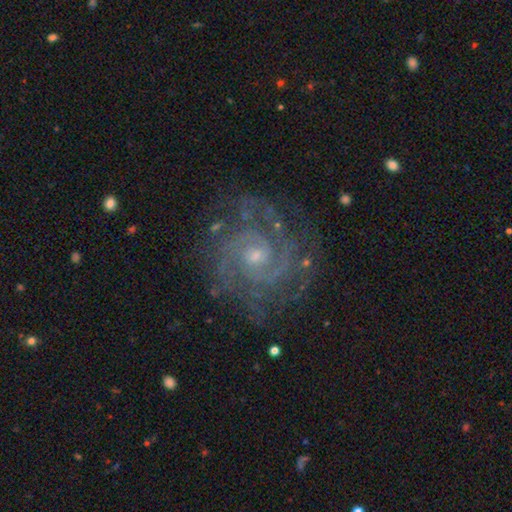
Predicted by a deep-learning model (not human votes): smooth_or_featured: featured or disk (p=0.87) [alt: star or artifact p=0.09]
disk_edge_on: no (p=0.98) [alt: yes p=0.02]
bar: no (p=0.63) [alt: weak p=0.30]
has_spiral_arms: yes (p=0.98) [alt: no p=0.02]
spiral_winding: tight (p=0.67) [alt: medium p=0.29]
spiral_arm_count: 2 (p=0.37) [alt: 3 p=0.20]
bulge_size: small (p=0.59) [alt: moderate p=0.36]
merging: none (p=0.80) [alt: minor disturbance p=0.13]